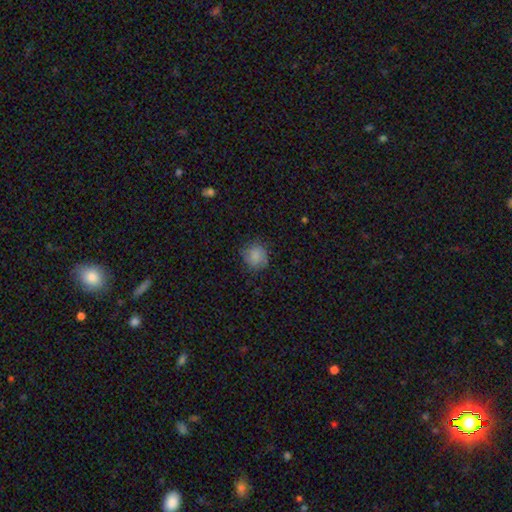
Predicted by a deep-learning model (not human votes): Smooth or featured?
  - smooth: 80% *
  - featured or disk: 12%
  - star or artifact: 9%
How rounded?
  - round: 84% *
  - in between: 15%
  - cigar-shaped: 1%
Merging?
  - none: 74% *
  - minor disturbance: 19%
  - major disturbance: 6%
  - merger: 1%